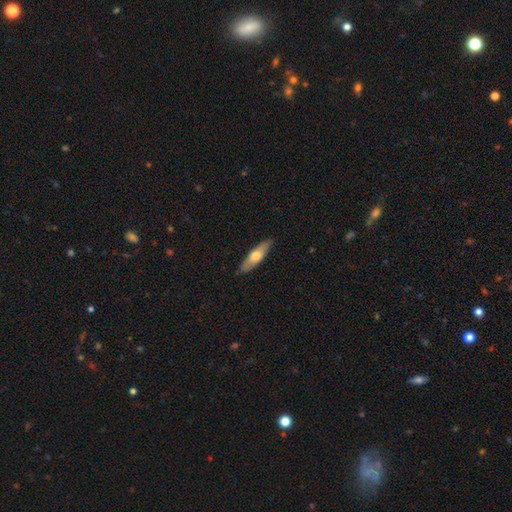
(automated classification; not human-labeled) Overall: smooth (58%; featured or disk 37%). How rounded: cigar-shaped (57%; in between 41%). Merging: none (87%).